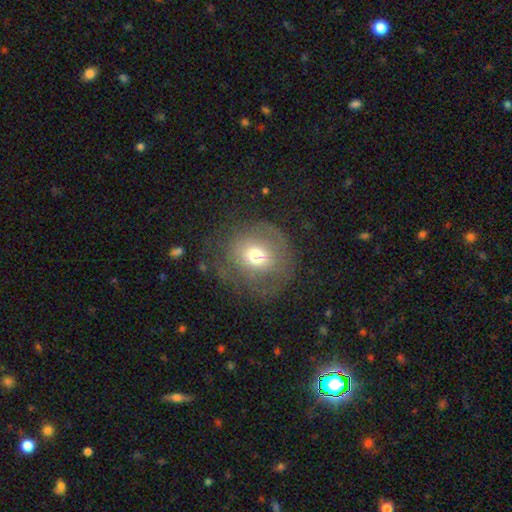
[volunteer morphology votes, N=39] A smooth galaxy with no disk features (72%) that is round (96%). Merging: none (68%).